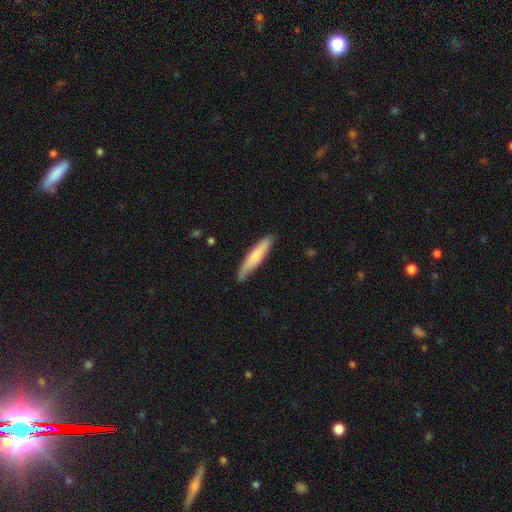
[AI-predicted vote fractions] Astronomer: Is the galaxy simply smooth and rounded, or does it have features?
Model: smooth — 68%.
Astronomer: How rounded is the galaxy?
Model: cigar-shaped — 89%.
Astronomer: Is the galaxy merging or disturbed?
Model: none — 80%.